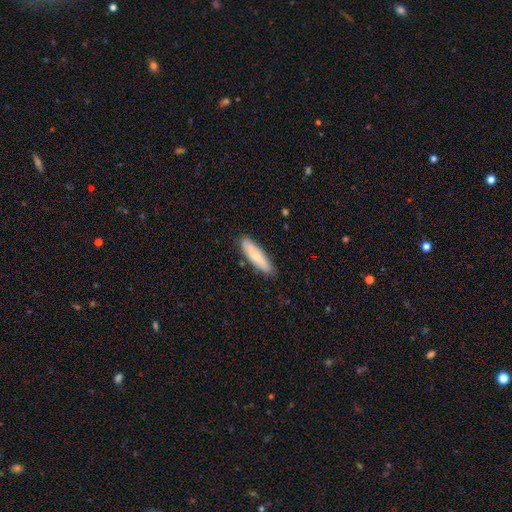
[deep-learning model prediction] Smooth or featured? Predicted: smooth (p=0.75). How rounded? Predicted: cigar-shaped (p=0.67). Merging? Predicted: none (p=0.84).